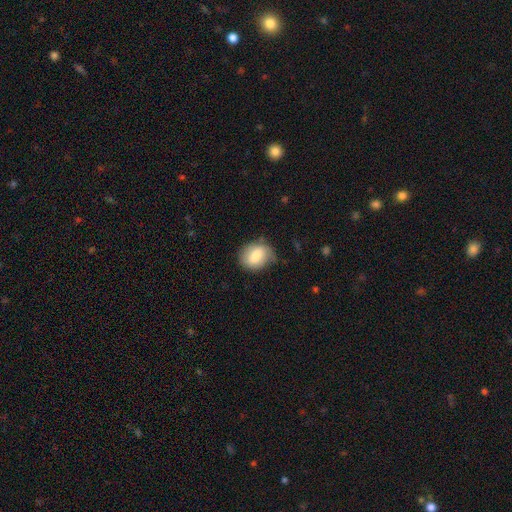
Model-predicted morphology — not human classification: Smooth or featured? smooth (76%)
How rounded? in between (53%)
Merging? none (64%)